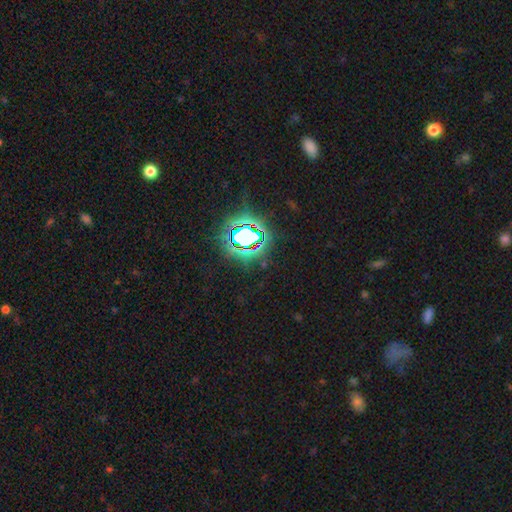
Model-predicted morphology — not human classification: smooth-or-featured: star or artifact: 82% | smooth: 11% | featured or disk: 7%